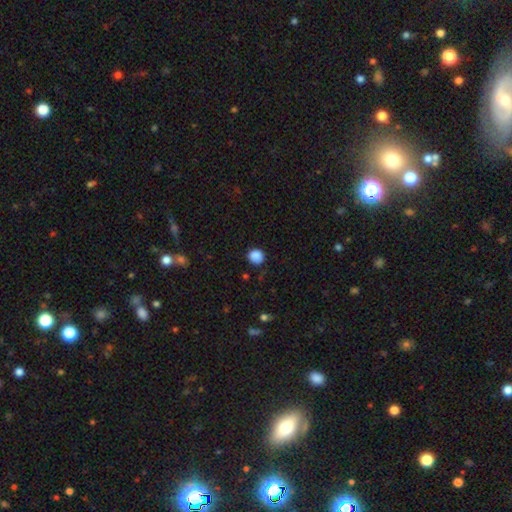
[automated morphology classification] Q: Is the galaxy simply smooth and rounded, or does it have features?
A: smooth — 87%.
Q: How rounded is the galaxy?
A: round — 86%.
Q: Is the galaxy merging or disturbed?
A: none — 85%.